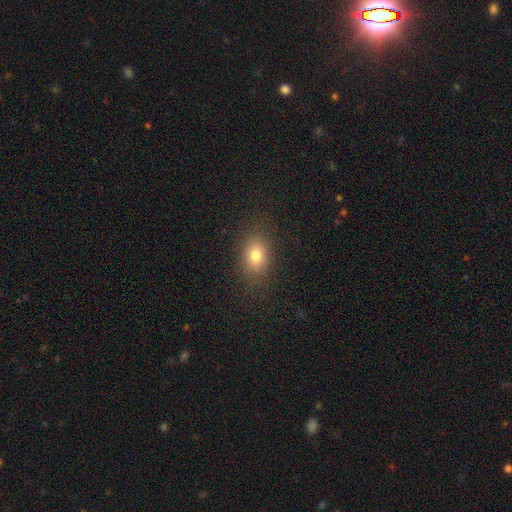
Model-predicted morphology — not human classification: type=smooth (79%); roundness=in between (72%); merging=none (86%).